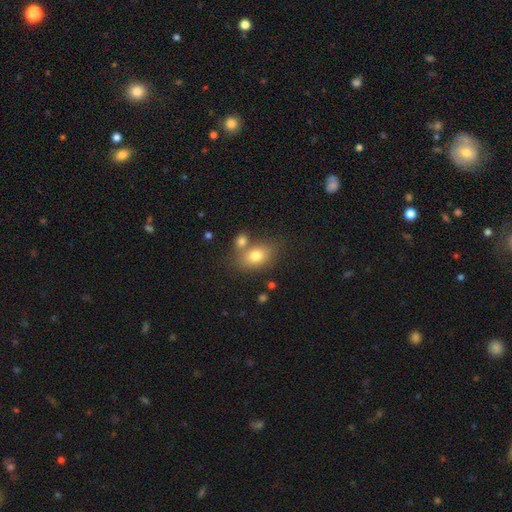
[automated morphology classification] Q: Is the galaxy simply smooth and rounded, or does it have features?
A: smooth — 77%.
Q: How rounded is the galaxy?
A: in between — 78%.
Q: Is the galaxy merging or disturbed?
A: none — 54%.